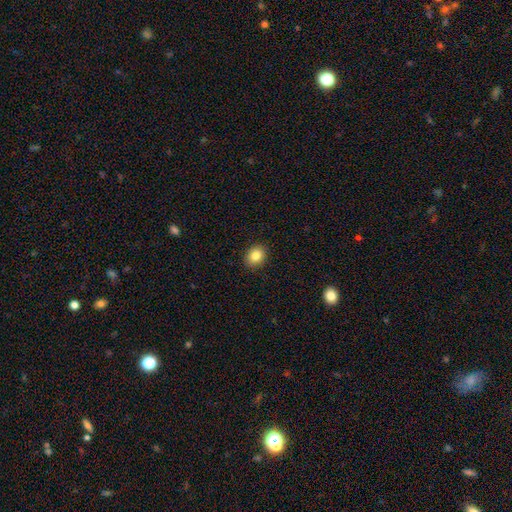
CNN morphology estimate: Smooth or featured: smooth — 84% (star or artifact — 9%)
How rounded: round — 52% (in between — 47%)
Merging: none — 90% (minor disturbance — 7%)